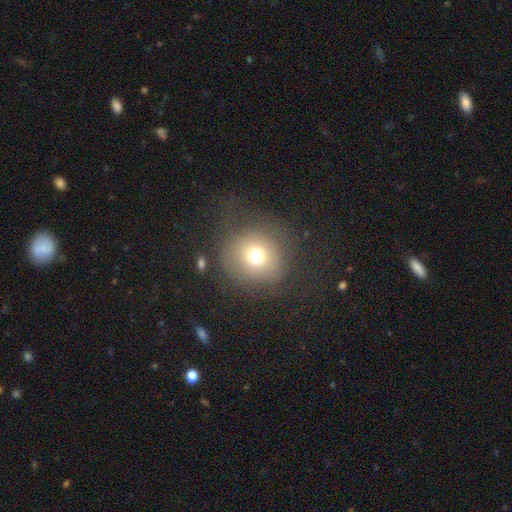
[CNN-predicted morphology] Q: Smooth or featured?
A: smooth (69%); runner-up: featured or disk (15%)
Q: How rounded?
A: round (90%); runner-up: in between (9%)
Q: Merging?
A: none (70%); runner-up: minor disturbance (14%)